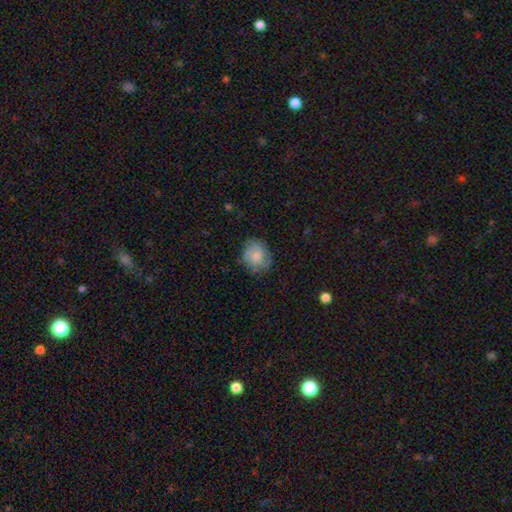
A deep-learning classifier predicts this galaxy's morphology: smooth_or_featured: smooth (p=0.66) [alt: featured or disk p=0.27]
how_rounded: round (p=0.66) [alt: in between p=0.33]
merging: none (p=0.68) [alt: minor disturbance p=0.23]